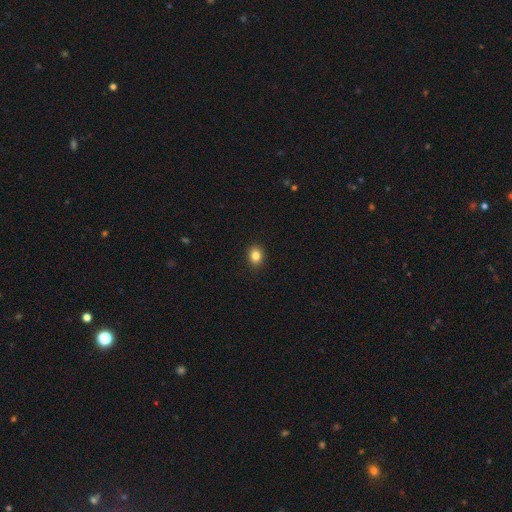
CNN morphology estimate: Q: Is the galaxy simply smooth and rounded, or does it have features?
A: smooth — 84%.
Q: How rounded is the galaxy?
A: round — 54%.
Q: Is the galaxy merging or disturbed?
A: none — 91%.